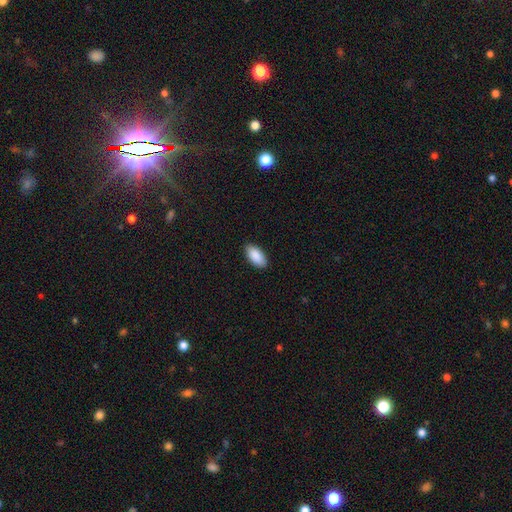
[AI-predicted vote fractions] A smooth galaxy with no disk features (91%) that is in between round and cigar-shaped (94%). Merging: none (89%).